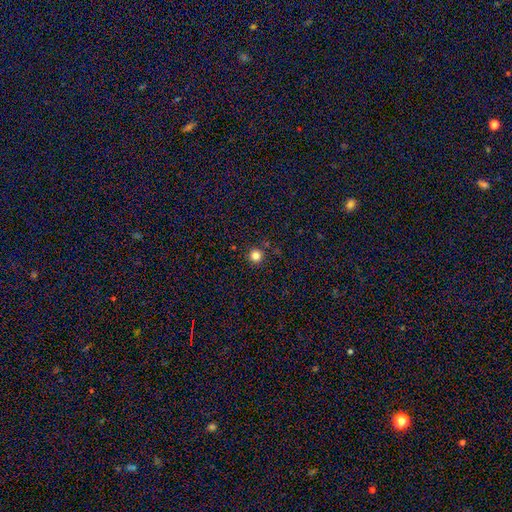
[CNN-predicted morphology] Smooth or featured? smooth (82%)
How rounded? round (96%)
Merging? none (90%)